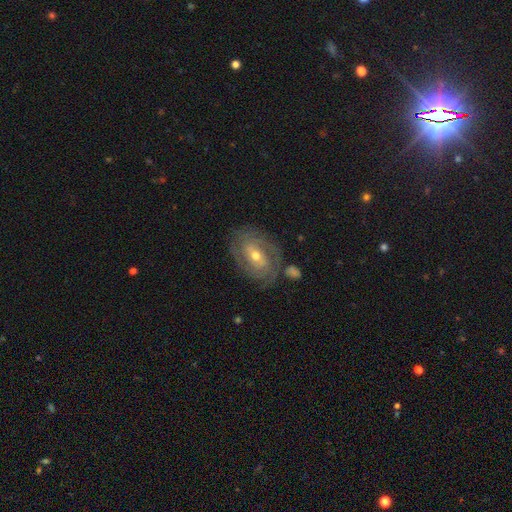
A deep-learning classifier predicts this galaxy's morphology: featured or disk 79%, smooth 14%, star or artifact 7%. Down the decision tree: edge-on disk — no (95%); bar — weak (43%); spiral arms — yes (89%); spiral arm count — can't tell (34%, tied with 2); spiral winding — tight (65%); bulge size — moderate (59%); merging — none (72%).